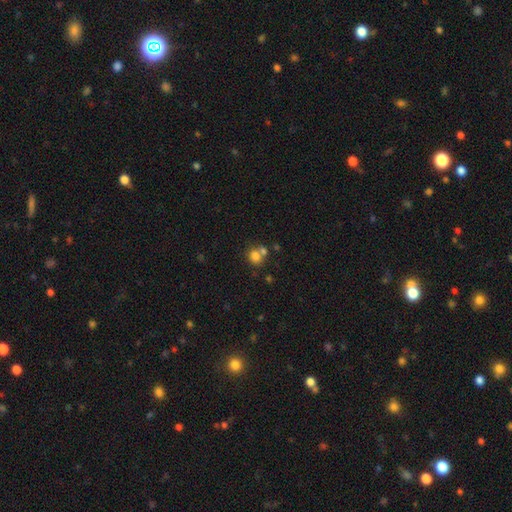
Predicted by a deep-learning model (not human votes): smooth_or_featured: smooth (p=0.78) [alt: star or artifact p=0.12]
how_rounded: round (p=0.75) [alt: in between p=0.24]
merging: none (p=0.49) [alt: merger p=0.38]